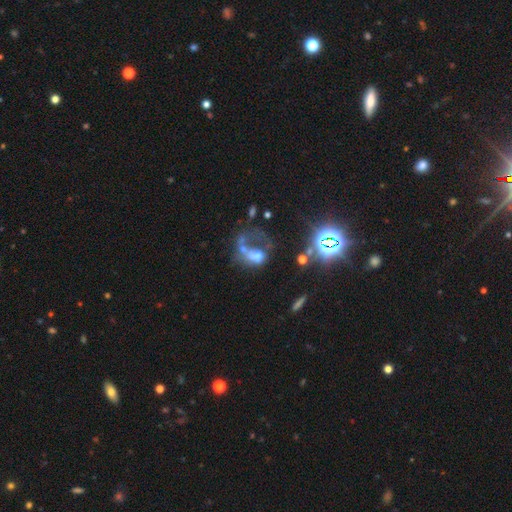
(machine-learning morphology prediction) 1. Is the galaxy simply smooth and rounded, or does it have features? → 45% featured or disk, 31% smooth, 23% star or artifact.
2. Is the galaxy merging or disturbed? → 43% major disturbance, 29% merger, 18% none, 10% minor disturbance.